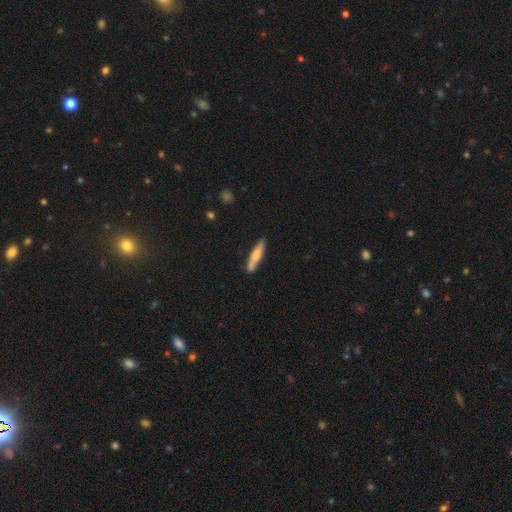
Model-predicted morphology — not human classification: Smooth or featured? Predicted: smooth (p=0.67). How rounded? Predicted: cigar-shaped (p=0.86). Merging? Predicted: none (p=0.84).